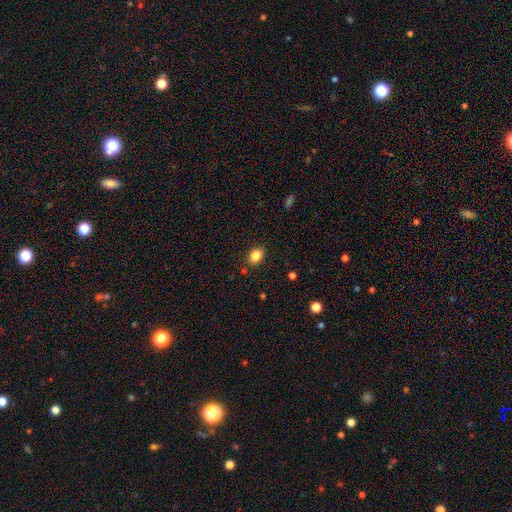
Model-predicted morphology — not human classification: smooth-or-featured: smooth: 85% | star or artifact: 9% | featured or disk: 5%
  how-rounded: in between: 75% | round: 24% | cigar-shaped: 1%
  merging: none: 85% | minor disturbance: 10% | major disturbance: 3% | merger: 2%